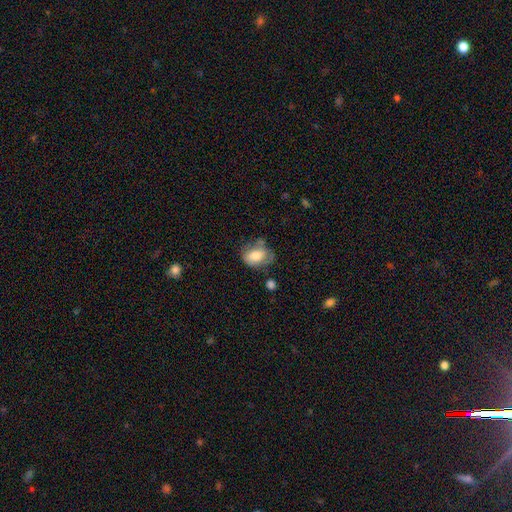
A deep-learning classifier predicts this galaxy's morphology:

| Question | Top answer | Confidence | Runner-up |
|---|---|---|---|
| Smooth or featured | smooth | 69% | featured or disk (23%) |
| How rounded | in between | 77% | round (22%) |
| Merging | none | 48% | minor disturbance (32%) |